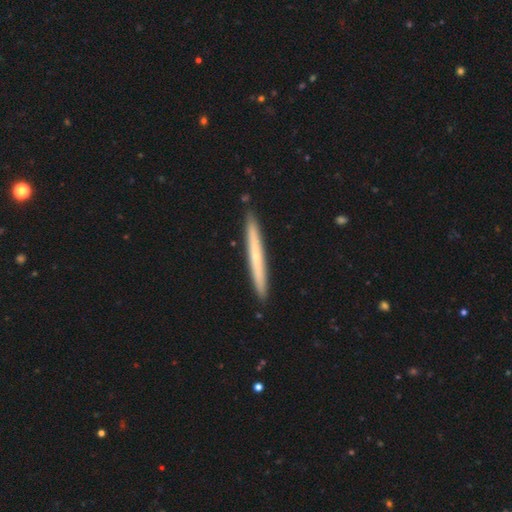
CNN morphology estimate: Q: Smooth or featured?
A: smooth (50%); runner-up: featured or disk (45%)
Q: Merging?
A: none (91%); runner-up: minor disturbance (6%)